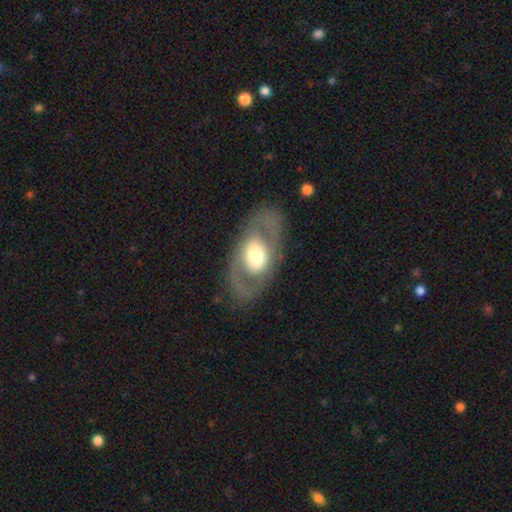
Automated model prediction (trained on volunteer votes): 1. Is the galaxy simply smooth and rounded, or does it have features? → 59% featured or disk, 35% smooth, 6% star or artifact.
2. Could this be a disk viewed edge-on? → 89% no, 11% yes.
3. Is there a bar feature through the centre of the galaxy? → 70% no, 20% weak, 10% strong.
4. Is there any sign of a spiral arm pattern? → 66% no, 34% yes.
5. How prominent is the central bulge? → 49% moderate, 36% large, 7% small, 7% dominant, 1% none.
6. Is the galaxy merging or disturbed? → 78% none, 12% minor disturbance, 9% major disturbance, 1% merger.